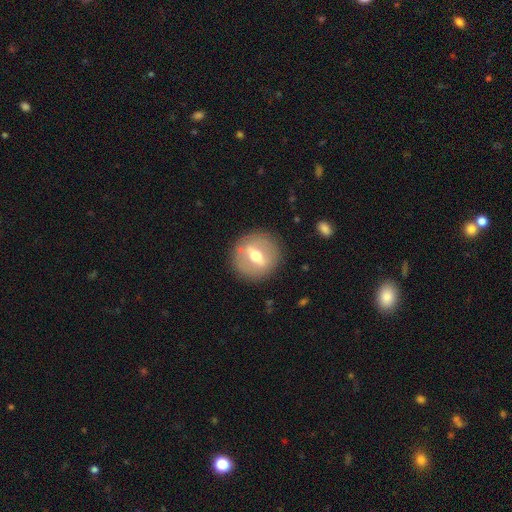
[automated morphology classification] A featured or disk galaxy (63%). Merging: none (86%).